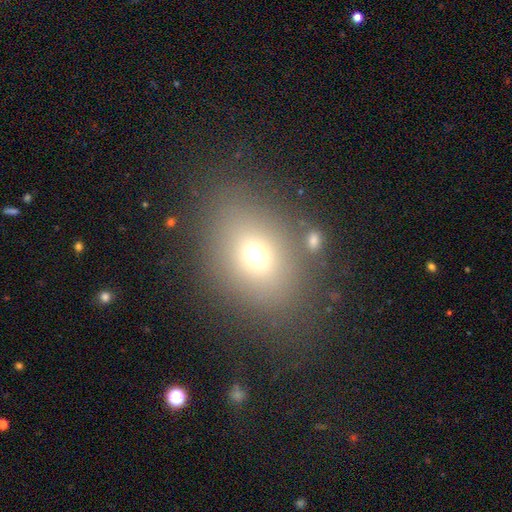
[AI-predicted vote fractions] smooth-or-featured: smooth: 67% | star or artifact: 18% | featured or disk: 15%
  how-rounded: in between: 63% | round: 36% | cigar-shaped: 1%
  merging: none: 75% | minor disturbance: 12% | major disturbance: 7% | merger: 6%